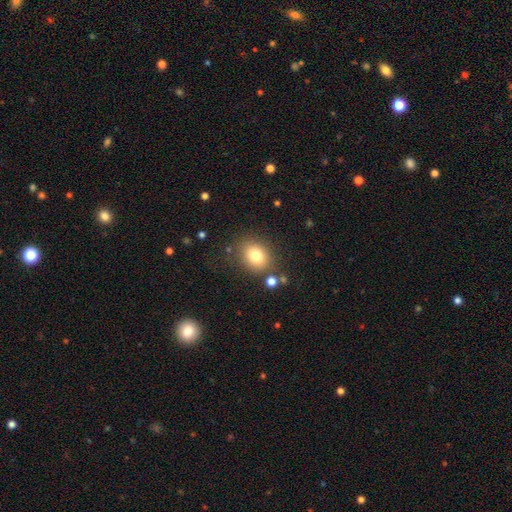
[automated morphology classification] Smooth or featured? smooth (78%)
How rounded? round (59%)
Merging? none (79%)